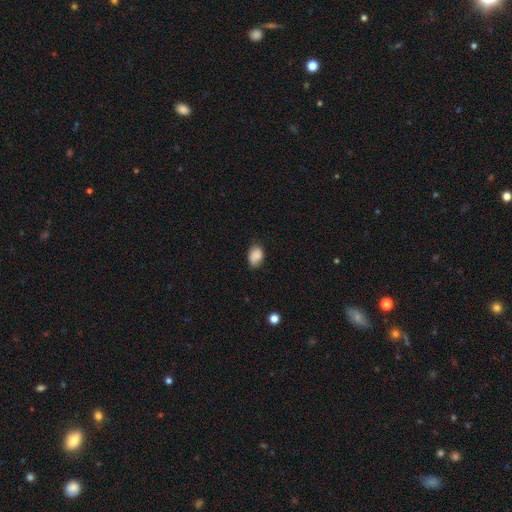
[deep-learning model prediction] A smooth galaxy with no disk features (84%) that is in between round and cigar-shaped (80%).

Vote fractions:
- Smooth or featured? smooth: 84% / star or artifact: 8% / featured or disk: 7%
- How rounded? in between: 80% / round: 18% / cigar-shaped: 1%
- Merging? none: 69% / minor disturbance: 25% / major disturbance: 4% / merger: 2%